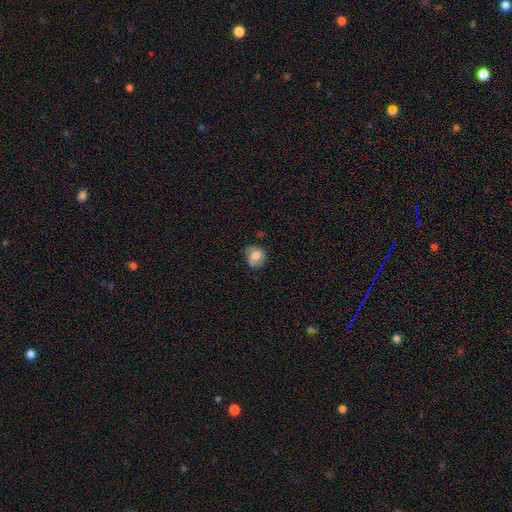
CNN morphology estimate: A smooth galaxy with no disk features (73%) that is round (80%).

Vote fractions:
- Smooth or featured? smooth: 73% / featured or disk: 18% / star or artifact: 9%
- How rounded? round: 80% / in between: 19% / cigar-shaped: 1%
- Merging? none: 70% / minor disturbance: 23% / major disturbance: 6% / merger: 1%